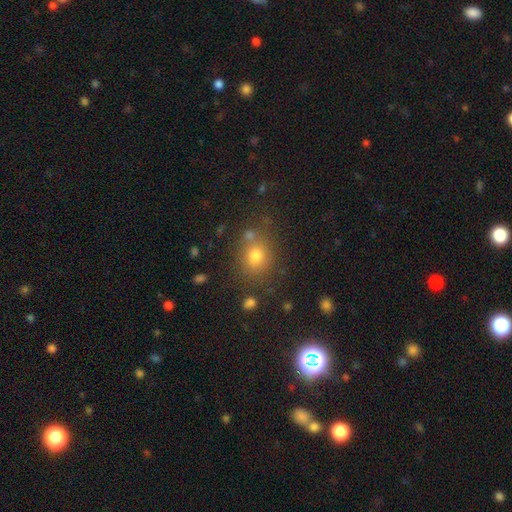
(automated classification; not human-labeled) smooth_or_featured: smooth (p=0.73) [alt: star or artifact p=0.17]
how_rounded: round (p=0.68) [alt: in between p=0.31]
merging: none (p=0.70) [alt: minor disturbance p=0.13]